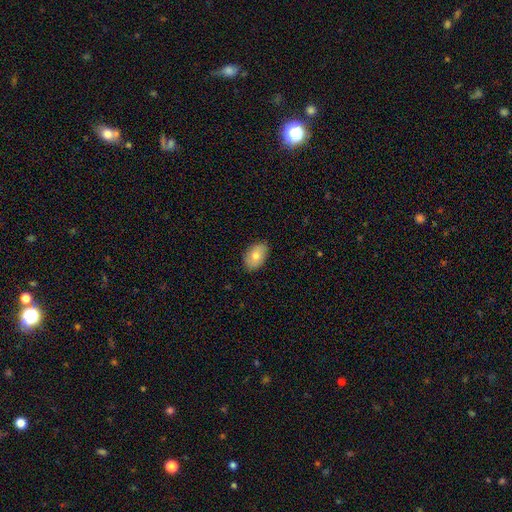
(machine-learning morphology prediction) Smooth or featured: smooth — 74% (featured or disk — 19%)
How rounded: in between — 90% (round — 9%)
Merging: none — 85% (minor disturbance — 12%)